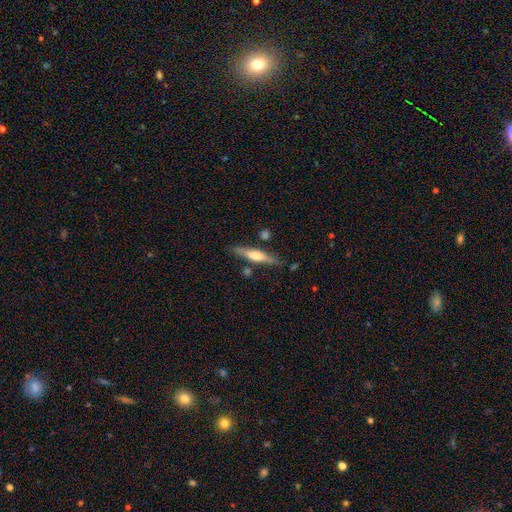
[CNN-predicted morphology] Smooth or featured: featured or disk — 50% (smooth — 44%)
Merging: none — 80% (minor disturbance — 13%)